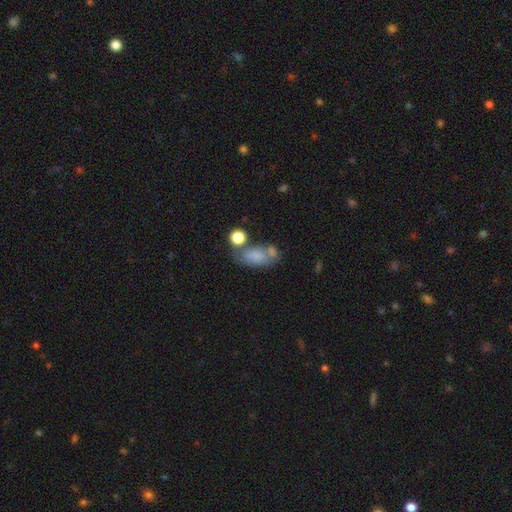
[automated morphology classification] smooth 73%, featured or disk 17%, star or artifact 10%. Down the decision tree: how rounded — in between (85%); merging — none (37%).